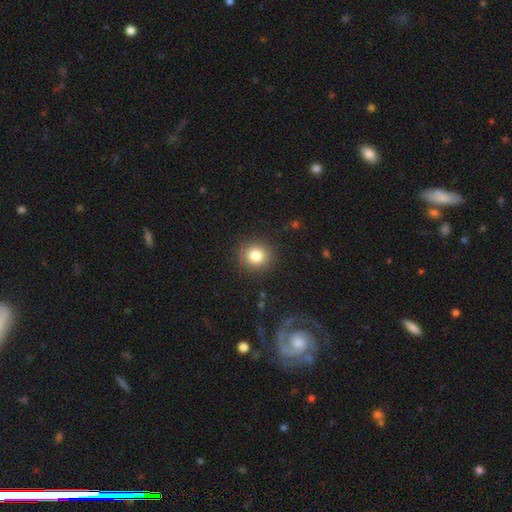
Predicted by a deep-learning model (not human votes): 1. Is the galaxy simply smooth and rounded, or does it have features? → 82% smooth, 11% star or artifact, 7% featured or disk.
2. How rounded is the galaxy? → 89% round, 10% in between, 1% cigar-shaped.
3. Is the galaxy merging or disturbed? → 89% none, 8% minor disturbance, 3% major disturbance, 1% merger.